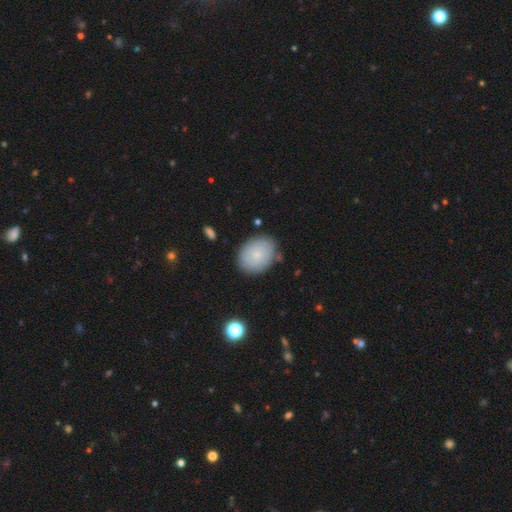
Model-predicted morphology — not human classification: smooth-or-featured: smooth: 80% | featured or disk: 13% | star or artifact: 7%
  how-rounded: in between: 60% | round: 39% | cigar-shaped: 1%
  merging: none: 80% | minor disturbance: 14% | major disturbance: 4% | merger: 3%